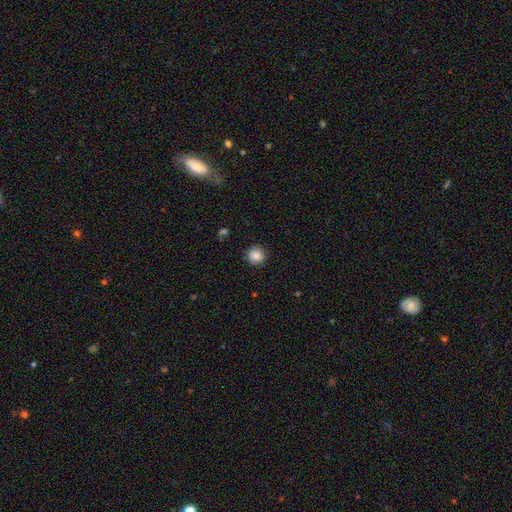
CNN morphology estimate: The model was most divided on "smooth or featured": smooth: 87%, star or artifact: 9%, featured or disk: 4%. More confident: how rounded — round (90%); merging — none (89%).